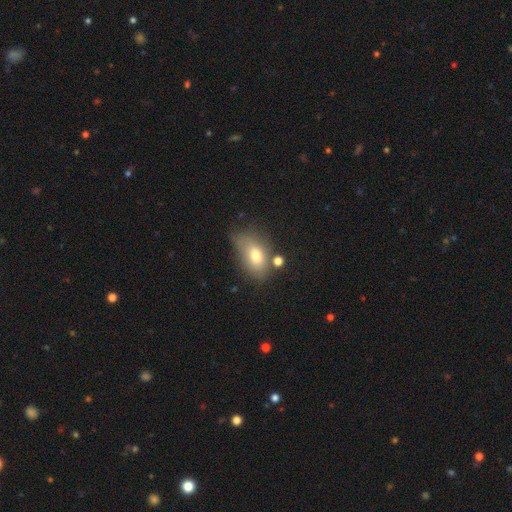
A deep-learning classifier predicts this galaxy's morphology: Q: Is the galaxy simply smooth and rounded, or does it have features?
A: smooth — 72%.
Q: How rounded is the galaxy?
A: in between — 87%.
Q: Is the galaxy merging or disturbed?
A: none — 53%.